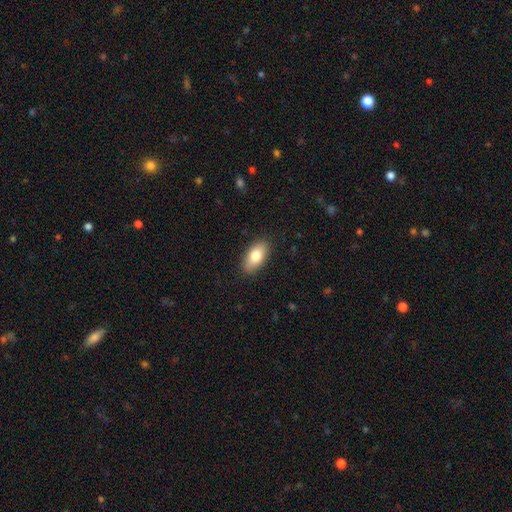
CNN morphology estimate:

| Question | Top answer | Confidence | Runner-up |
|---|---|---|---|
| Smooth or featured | smooth | 79% | featured or disk (14%) |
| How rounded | in between | 90% | cigar-shaped (6%) |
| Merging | none | 88% | minor disturbance (9%) |